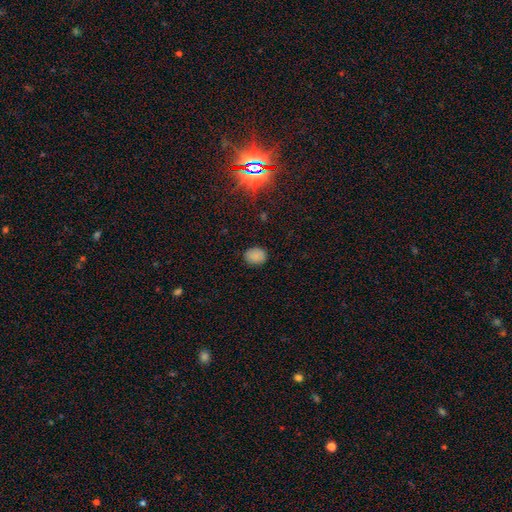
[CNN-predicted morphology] smooth-or-featured: smooth: 83% | star or artifact: 13% | featured or disk: 4%
  how-rounded: in between: 50% | round: 49% | cigar-shaped: 1%
  merging: none: 85% | minor disturbance: 11% | major disturbance: 2% | merger: 1%